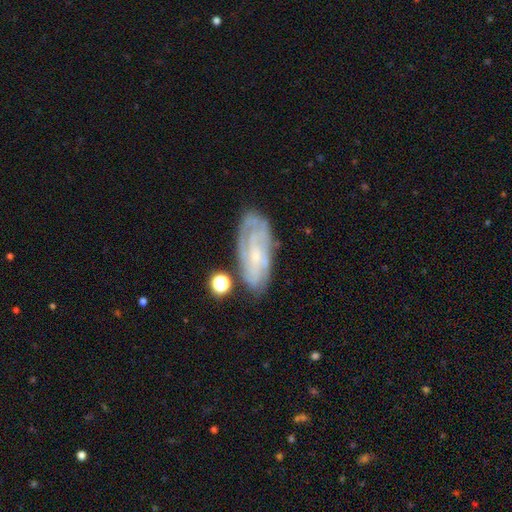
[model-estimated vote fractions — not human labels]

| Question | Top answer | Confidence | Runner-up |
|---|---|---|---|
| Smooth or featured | featured or disk | 73% | smooth (19%) |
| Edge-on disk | no | 91% | yes (9%) |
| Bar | no | 59% | weak (32%) |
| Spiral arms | yes | 89% | no (11%) |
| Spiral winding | tight | 61% | medium (30%) |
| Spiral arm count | can't tell | 44% | 2 (21%) |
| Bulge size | small | 73% | moderate (15%) |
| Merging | none | 69% | minor disturbance (19%) |